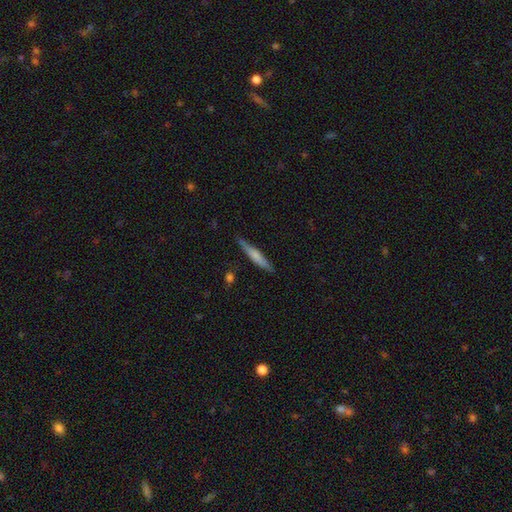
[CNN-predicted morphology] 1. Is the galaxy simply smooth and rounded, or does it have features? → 58% smooth, 36% featured or disk, 6% star or artifact.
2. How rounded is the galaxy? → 92% cigar-shaped, 6% in between, 2% round.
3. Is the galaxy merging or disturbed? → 83% none, 13% minor disturbance, 2% major disturbance, 2% merger.